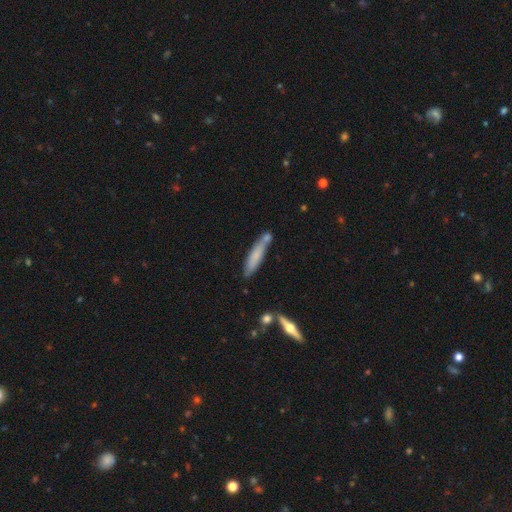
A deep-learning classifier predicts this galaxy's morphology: Overall: smooth (68%). How rounded: cigar-shaped (85%). Merging: none (61%).